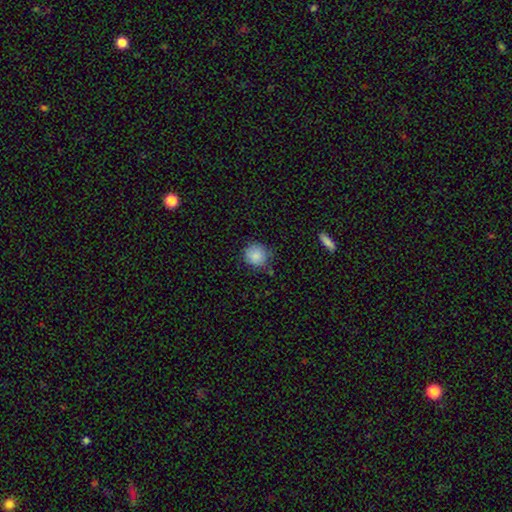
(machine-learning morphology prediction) A smooth galaxy with no disk features (86%) that is round (90%).

Vote fractions:
- Smooth or featured? smooth: 86% / star or artifact: 8% / featured or disk: 5%
- How rounded? round: 90% / in between: 9% / cigar-shaped: 1%
- Merging? none: 79% / minor disturbance: 16% / major disturbance: 3% / merger: 2%